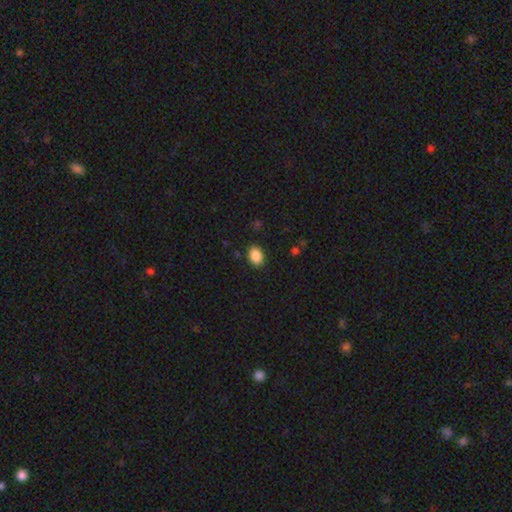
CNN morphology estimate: This appears to be a smooth galaxy with no disk features (88%) that is in between round and cigar-shaped (77%). Merging: none (88%).